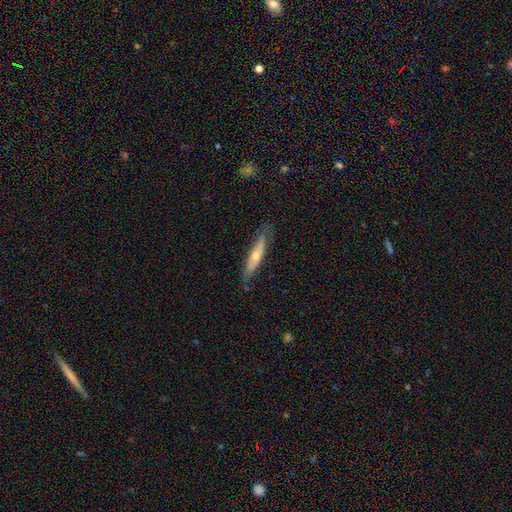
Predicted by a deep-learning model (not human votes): smooth_or_featured: featured or disk (p=0.53) [alt: smooth p=0.40]
disk_edge_on: yes (p=0.79) [alt: no p=0.21]
merging: none (p=0.77) [alt: minor disturbance p=0.18]